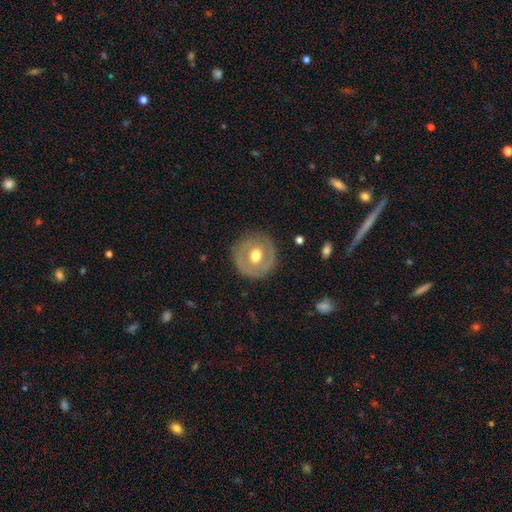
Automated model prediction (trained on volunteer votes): A featured or disk galaxy (54%) with no bar (67%), no spiral arms (70%) and a moderate central bulge (75%). Merging: none (83%).